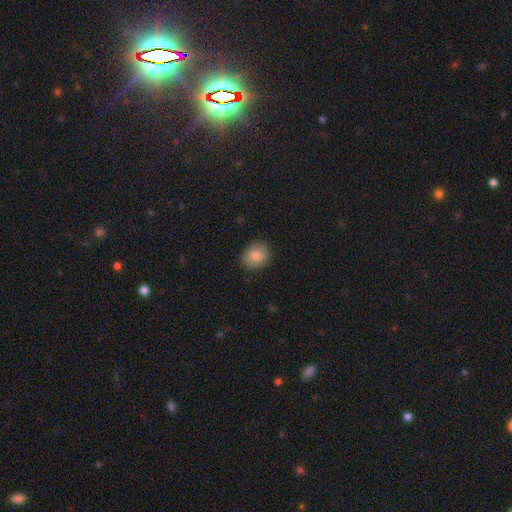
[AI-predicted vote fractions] This is clearly a smooth galaxy (83%). How rounded: likely round (66%). Merging: clearly none (87%).